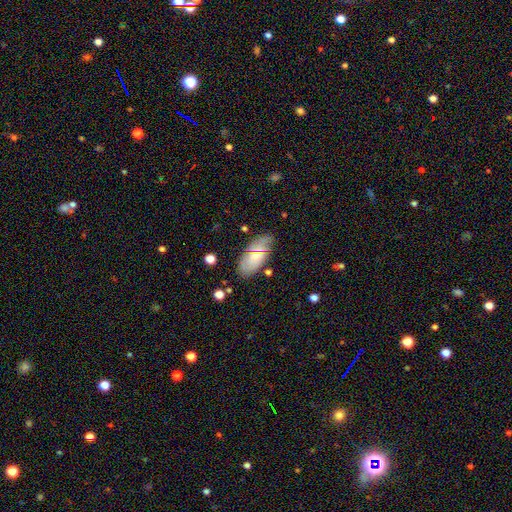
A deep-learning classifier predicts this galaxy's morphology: A smooth galaxy with no disk features (62%) that is in between round and cigar-shaped (90%). Merging: none (73%).